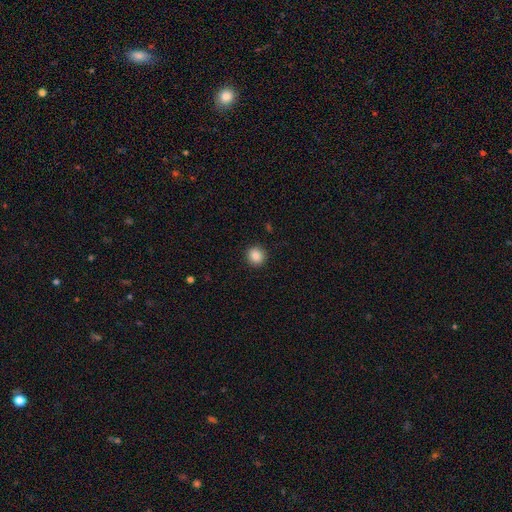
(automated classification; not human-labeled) Smooth or featured? smooth (87%)
How rounded? round (92%)
Merging? none (92%)